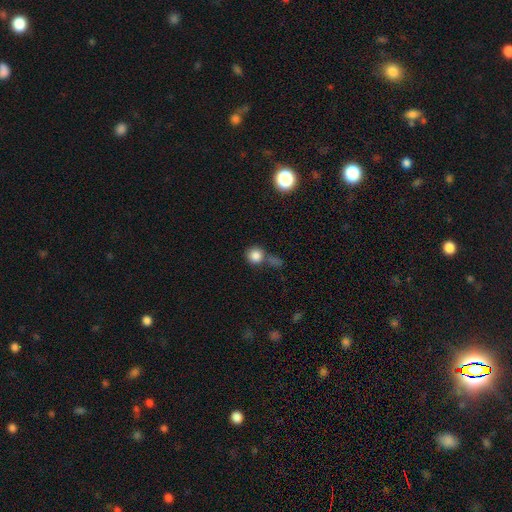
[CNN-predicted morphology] A smooth galaxy with no disk features (83%) that is round (91%). Merging: none (57%).